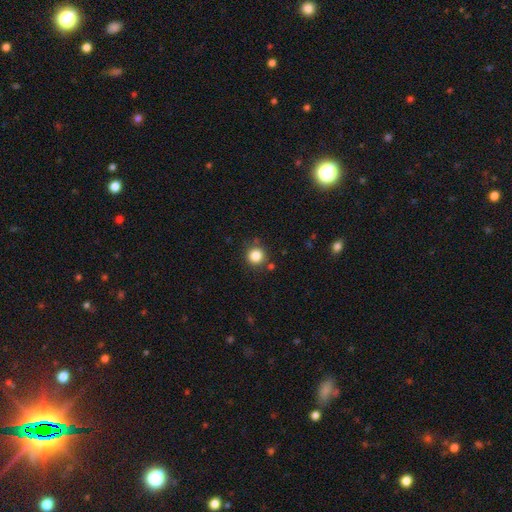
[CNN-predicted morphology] This is clearly a smooth galaxy (84%). How rounded: clearly round (93%). Merging: clearly none (85%).